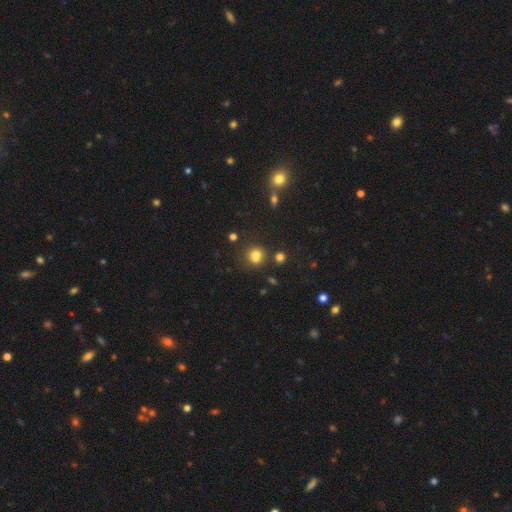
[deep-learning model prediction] smooth 78%, star or artifact 15%, featured or disk 7%. Down the decision tree: how rounded — round (76%); merging — none (69%).